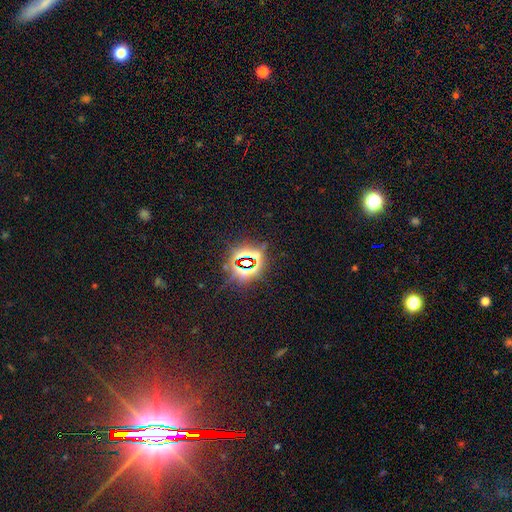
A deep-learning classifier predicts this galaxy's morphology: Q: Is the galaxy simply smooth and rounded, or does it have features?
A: star or artifact — 81%.